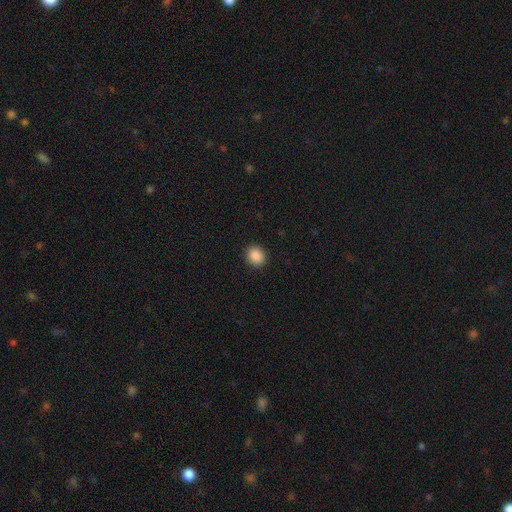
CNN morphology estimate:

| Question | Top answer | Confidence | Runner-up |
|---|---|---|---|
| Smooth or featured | smooth | 88% | star or artifact (9%) |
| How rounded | round | 73% | in between (26%) |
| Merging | none | 91% | minor disturbance (6%) |